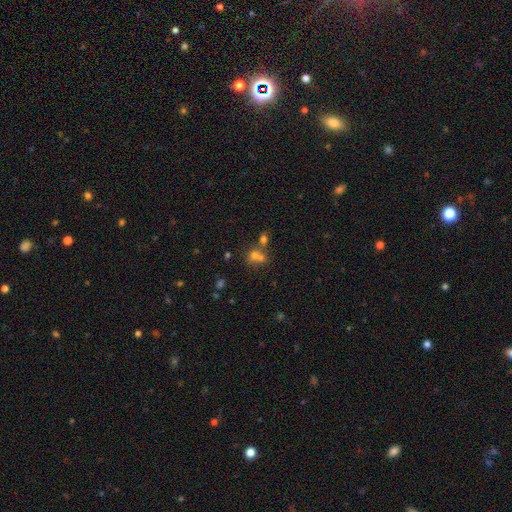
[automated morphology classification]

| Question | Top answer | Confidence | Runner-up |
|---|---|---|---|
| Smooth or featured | smooth | 57% | star or artifact (25%) |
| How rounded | round | 73% | in between (26%) |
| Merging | merger | 53% | none (36%) |